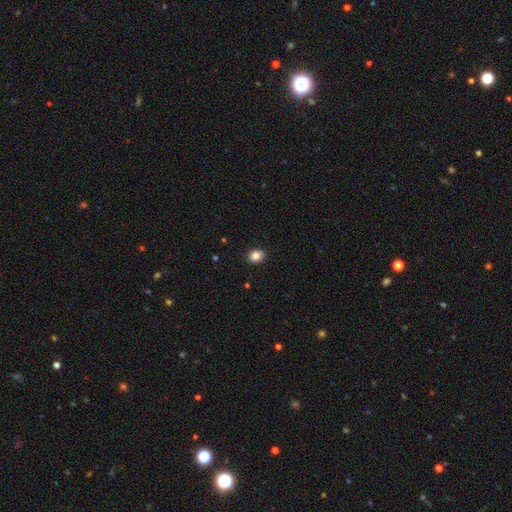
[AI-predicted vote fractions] This appears to be a smooth galaxy with no disk features (86%) that is in between round and cigar-shaped (68%). Merging: none (90%).